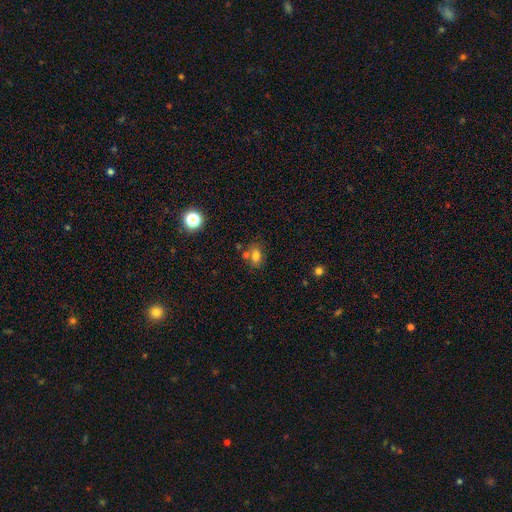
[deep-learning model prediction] Morphology: type=smooth (74%); roundness=in between (71%); merging=none (58%).